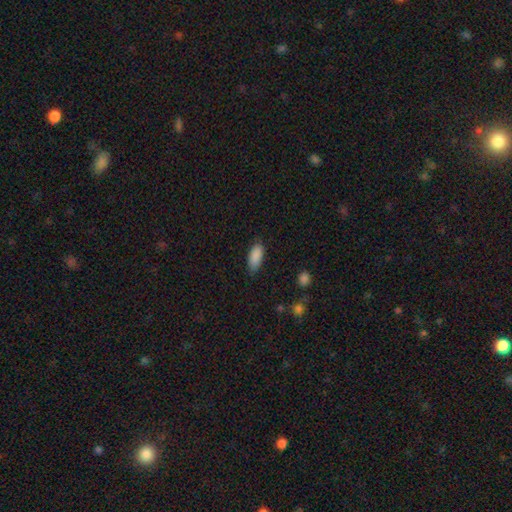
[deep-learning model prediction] smooth_or_featured: smooth (p=0.89) [alt: star or artifact p=0.07]
how_rounded: in between (p=0.85) [alt: cigar-shaped p=0.13]
merging: none (p=0.78) [alt: minor disturbance p=0.17]